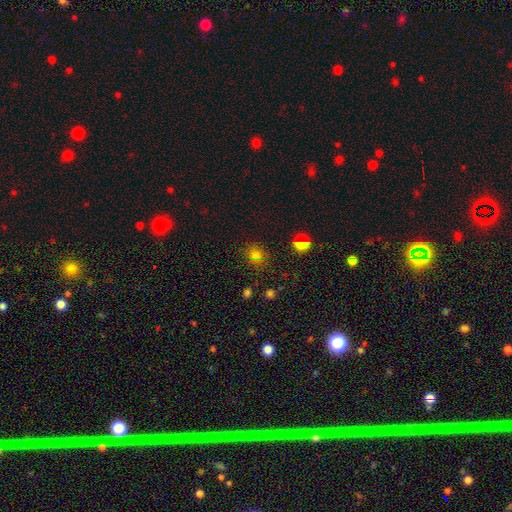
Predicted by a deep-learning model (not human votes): Smooth or featured?
  - smooth: 70% *
  - star or artifact: 24%
  - featured or disk: 6%
How rounded?
  - round: 76% *
  - in between: 23%
  - cigar-shaped: 1%
Merging?
  - none: 81% *
  - minor disturbance: 11%
  - major disturbance: 4%
  - merger: 4%